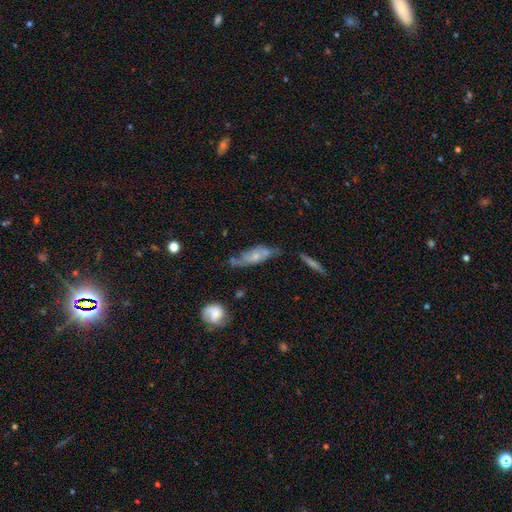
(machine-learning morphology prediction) This appears to be a featured or disk galaxy (54%). Merging: none (41%).